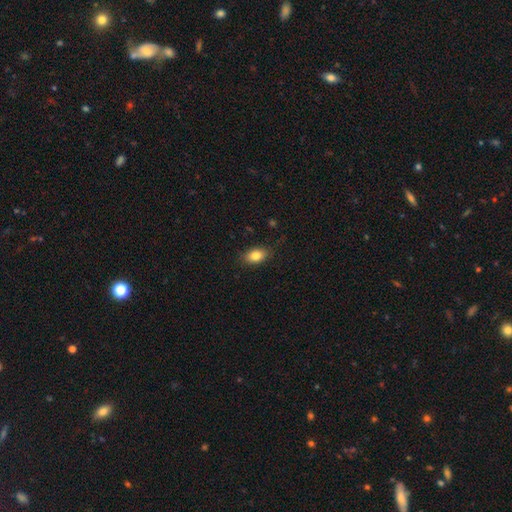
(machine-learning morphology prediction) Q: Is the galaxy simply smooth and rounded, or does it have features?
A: smooth — 83%.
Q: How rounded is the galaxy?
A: in between — 87%.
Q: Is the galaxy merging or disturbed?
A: none — 85%.